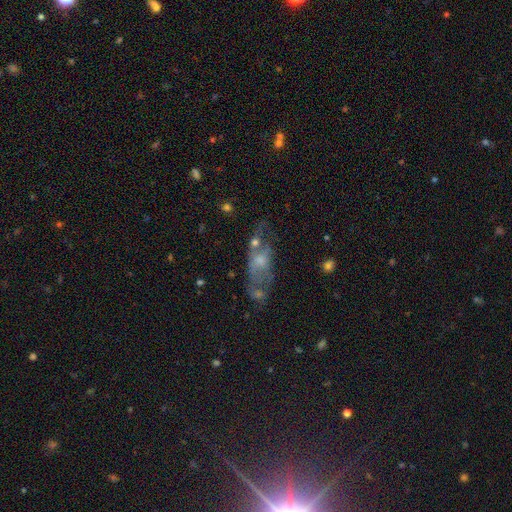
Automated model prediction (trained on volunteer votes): featured or disk 46%, smooth 28%, star or artifact 27%. Down the decision tree: merging — none (52%).